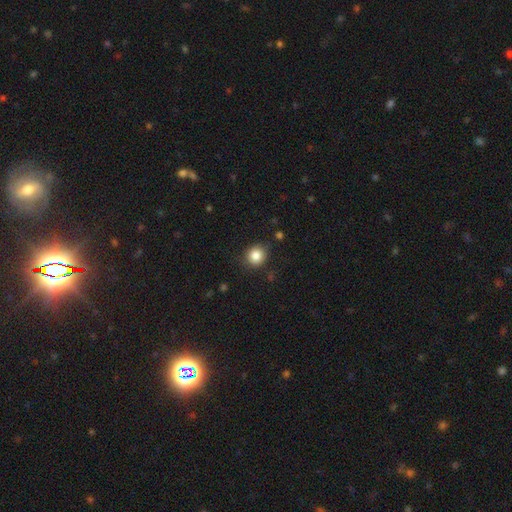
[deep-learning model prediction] Overall: smooth (84%). How rounded: round (86%). Merging: none (85%).